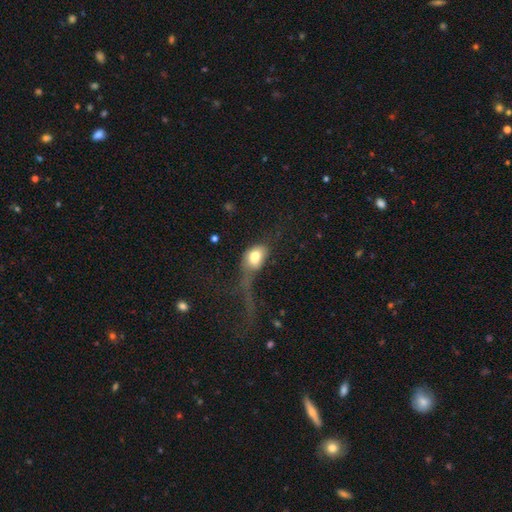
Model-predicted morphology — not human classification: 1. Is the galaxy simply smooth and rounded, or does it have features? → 74% smooth, 18% featured or disk, 9% star or artifact.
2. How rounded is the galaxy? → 78% in between, 19% round, 3% cigar-shaped.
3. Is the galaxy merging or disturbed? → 54% major disturbance, 21% none, 17% minor disturbance, 7% merger.